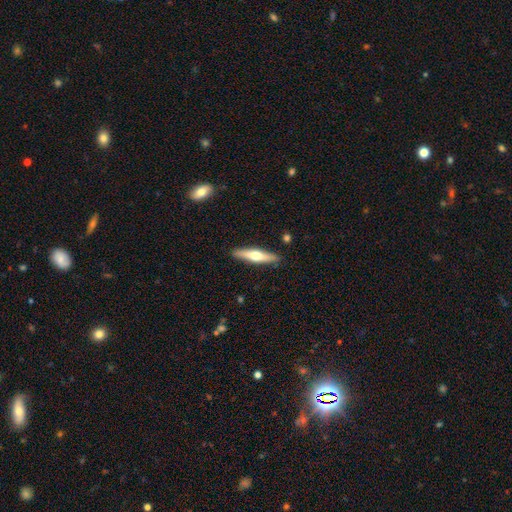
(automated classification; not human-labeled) This appears to be a featured or disk galaxy (49%). Merging: none (89%).